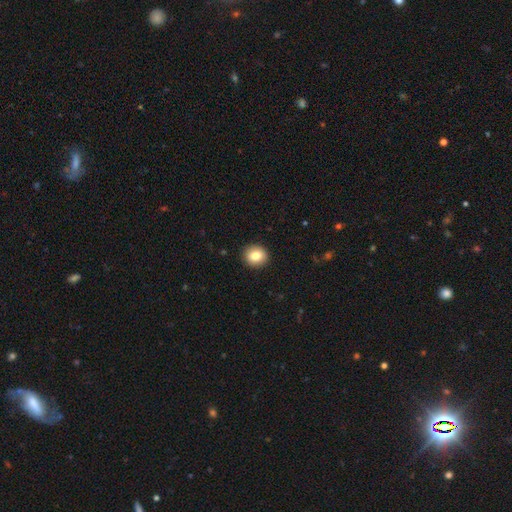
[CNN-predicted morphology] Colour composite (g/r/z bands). It shows a smooth galaxy with no disk features (83%) that is round (80%). Merging: none (92%).